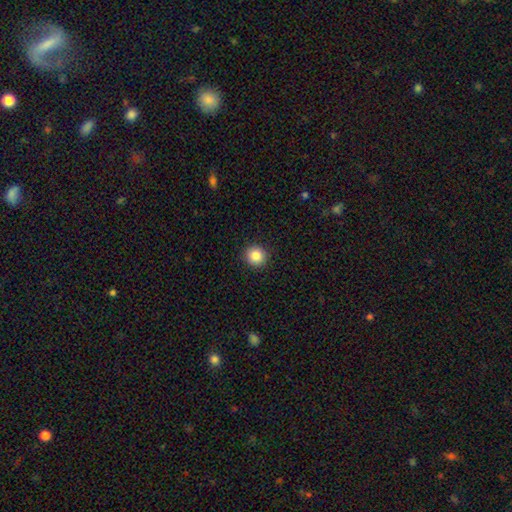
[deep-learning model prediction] A smooth galaxy with no disk features (85%) that is round (93%). Merging: none (92%).